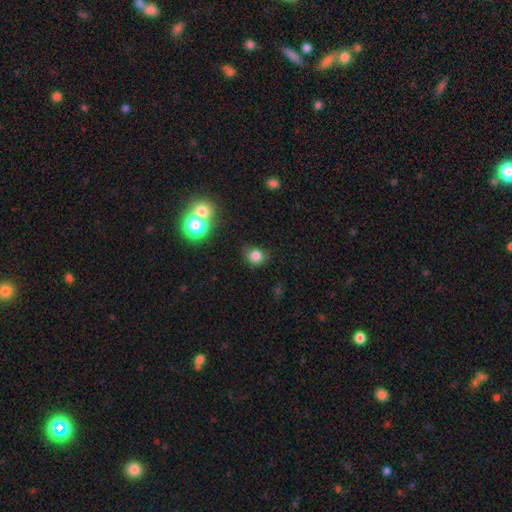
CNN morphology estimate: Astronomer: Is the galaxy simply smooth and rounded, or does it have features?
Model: smooth — 80%.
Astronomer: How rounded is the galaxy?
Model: round — 75%.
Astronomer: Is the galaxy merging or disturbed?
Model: none — 79%.